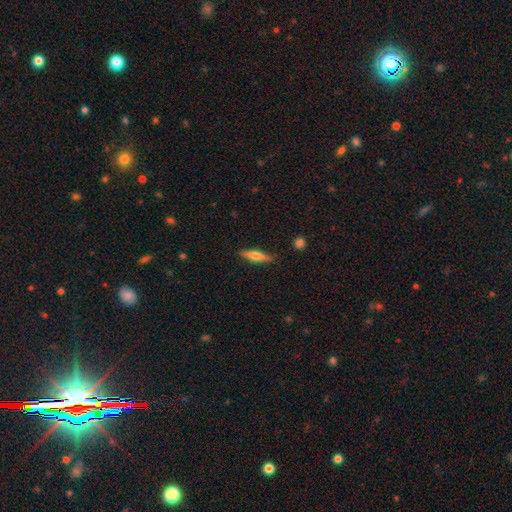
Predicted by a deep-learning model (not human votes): A smooth galaxy with no disk features (49%).

Vote fractions:
- Smooth or featured? smooth: 49% / featured or disk: 45% / star or artifact: 6%
- Merging? none: 87% / minor disturbance: 9% / major disturbance: 2% / merger: 1%